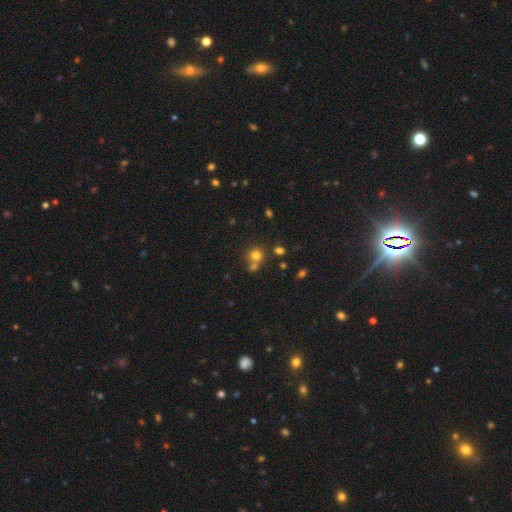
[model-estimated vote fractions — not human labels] smooth 73%, star or artifact 17%, featured or disk 9%. Down the decision tree: how rounded — round (87%); merging — none (54%).